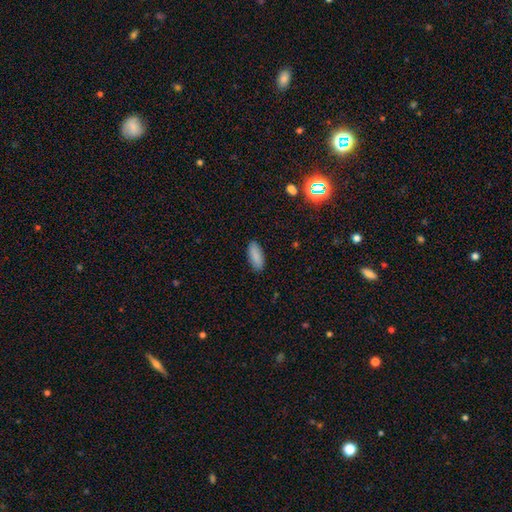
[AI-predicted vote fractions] Smooth or featured? Predicted: smooth (p=0.88). How rounded? Predicted: in between (p=0.78). Merging? Predicted: none (p=0.87).